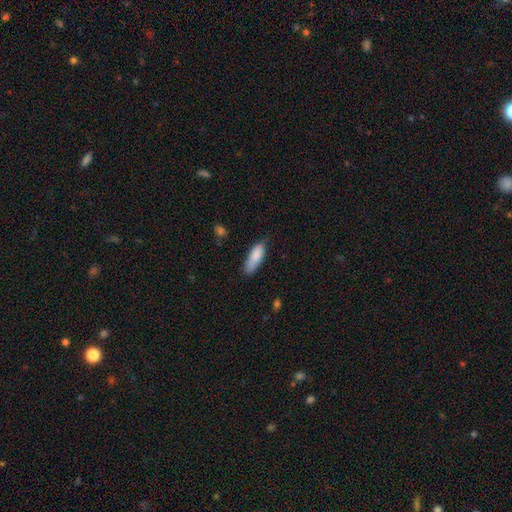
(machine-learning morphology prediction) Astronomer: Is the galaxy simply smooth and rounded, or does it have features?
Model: smooth — 85%.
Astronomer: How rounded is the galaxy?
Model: in between — 62%.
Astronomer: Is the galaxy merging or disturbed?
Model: none — 62%.